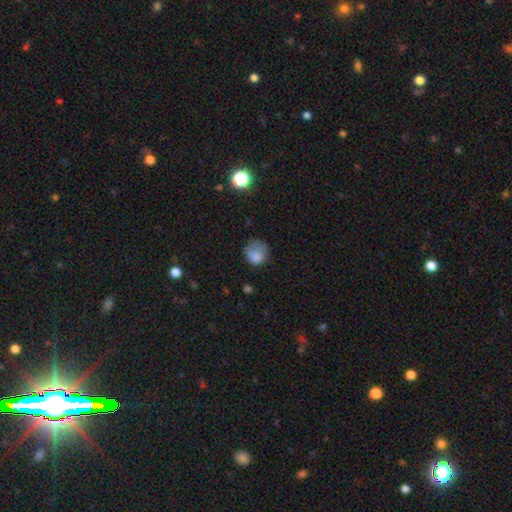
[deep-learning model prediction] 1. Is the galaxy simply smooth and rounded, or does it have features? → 76% smooth, 13% featured or disk, 11% star or artifact.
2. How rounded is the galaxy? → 71% round, 28% in between, 1% cigar-shaped.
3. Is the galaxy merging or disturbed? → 42% none, 31% minor disturbance, 25% major disturbance, 3% merger.